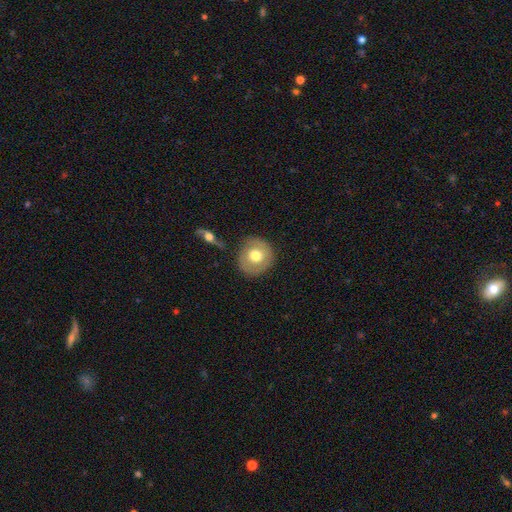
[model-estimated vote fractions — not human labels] A smooth galaxy with no disk features (62%) that is round (89%).

Vote fractions:
- Smooth or featured? smooth: 62% / featured or disk: 30% / star or artifact: 7%
- How rounded? round: 89% / in between: 10% / cigar-shaped: 1%
- Merging? none: 83% / minor disturbance: 10% / major disturbance: 3% / merger: 3%